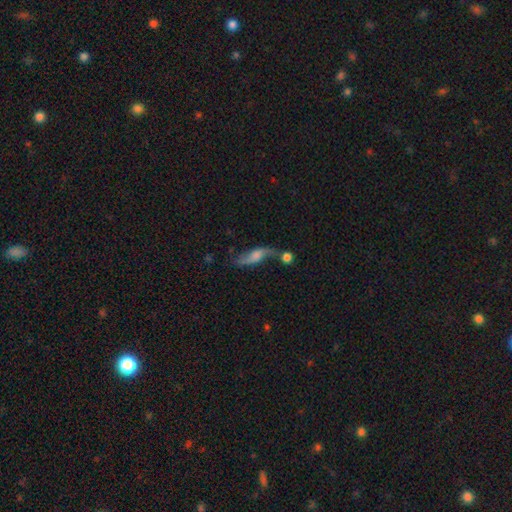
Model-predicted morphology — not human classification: A featured or disk galaxy (61%). Merging: none (44%).